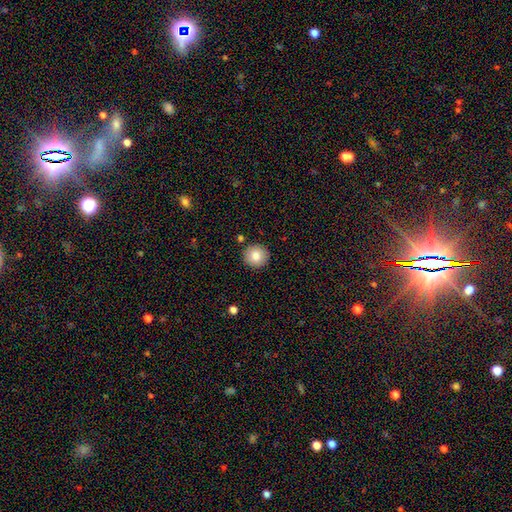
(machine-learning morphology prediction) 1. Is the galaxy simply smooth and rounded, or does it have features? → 84% smooth, 8% star or artifact, 8% featured or disk.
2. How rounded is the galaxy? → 93% round, 6% in between, 1% cigar-shaped.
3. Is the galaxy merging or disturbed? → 90% none, 6% minor disturbance, 2% merger, 2% major disturbance.